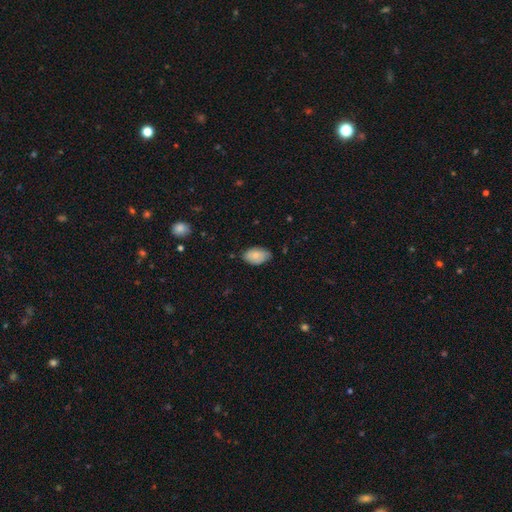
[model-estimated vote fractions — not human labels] smooth-or-featured: smooth: 82% | featured or disk: 12% | star or artifact: 7%
  how-rounded: in between: 93% | round: 5% | cigar-shaped: 1%
  merging: none: 70% | minor disturbance: 26% | major disturbance: 3% | merger: 1%